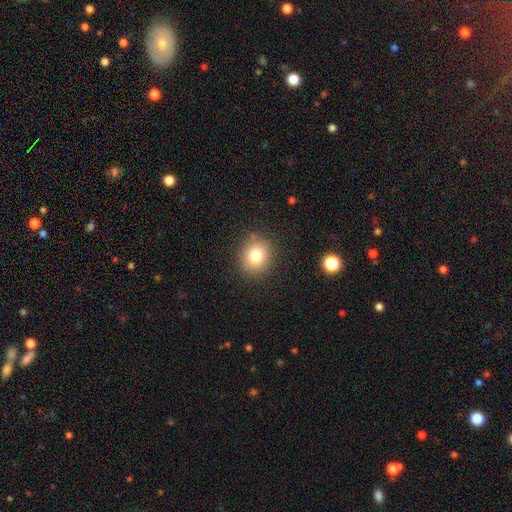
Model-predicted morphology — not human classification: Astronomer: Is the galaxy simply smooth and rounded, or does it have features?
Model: smooth — 79%.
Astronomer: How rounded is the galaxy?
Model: round — 79%.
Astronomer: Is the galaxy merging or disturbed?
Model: none — 87%.